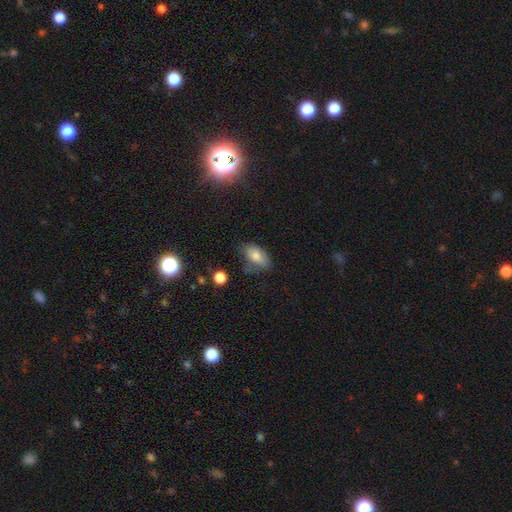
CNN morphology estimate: This is likely a smooth galaxy (76%). How rounded: clearly in between (90%). Merging: possibly none (51%).